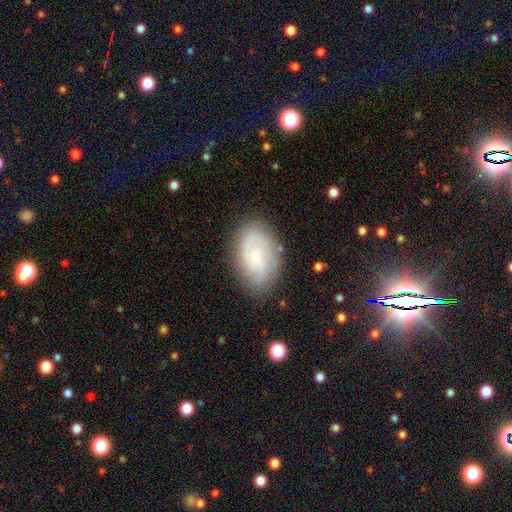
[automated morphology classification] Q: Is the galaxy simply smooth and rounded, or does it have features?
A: featured or disk — 58%.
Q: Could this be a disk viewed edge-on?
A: no — 96%.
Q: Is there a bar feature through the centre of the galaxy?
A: no — 63%.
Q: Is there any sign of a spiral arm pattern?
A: yes — 89%.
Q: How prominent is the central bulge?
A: small — 70%.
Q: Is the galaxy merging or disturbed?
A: none — 79%.